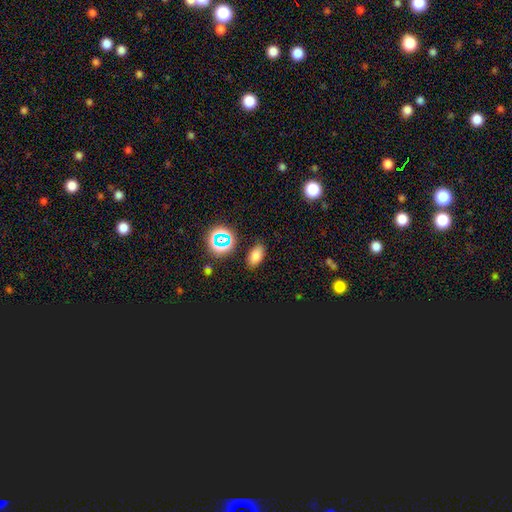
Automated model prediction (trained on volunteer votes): smooth-or-featured: smooth: 73% | star or artifact: 20% | featured or disk: 7%
  how-rounded: in between: 89% | round: 8% | cigar-shaped: 3%
  merging: none: 84% | minor disturbance: 10% | major disturbance: 3% | merger: 2%